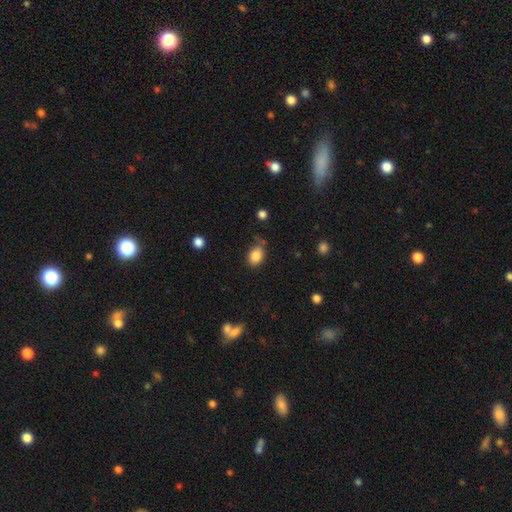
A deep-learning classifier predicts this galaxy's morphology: smooth_or_featured: smooth (p=0.85) [alt: star or artifact p=0.09]
how_rounded: in between (p=0.71) [alt: round p=0.28]
merging: none (p=0.66) [alt: minor disturbance p=0.23]